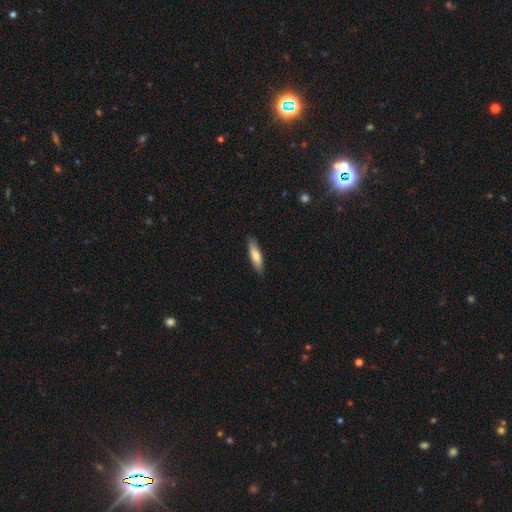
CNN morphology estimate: smooth-or-featured: smooth: 69% | featured or disk: 25% | star or artifact: 6%
  how-rounded: cigar-shaped: 69% | in between: 30% | round: 2%
  merging: none: 86% | minor disturbance: 11% | major disturbance: 2% | merger: 1%